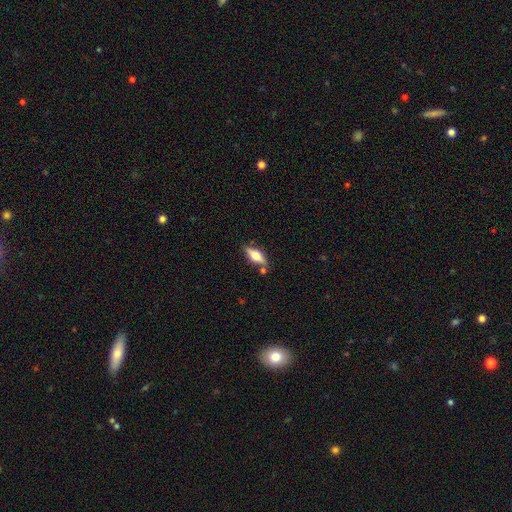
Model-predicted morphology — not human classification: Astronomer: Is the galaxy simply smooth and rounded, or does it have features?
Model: featured or disk — 51% (runner-up: smooth, 42%).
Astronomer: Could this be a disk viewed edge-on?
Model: yes — 90%.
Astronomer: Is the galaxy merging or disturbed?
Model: none — 74%.